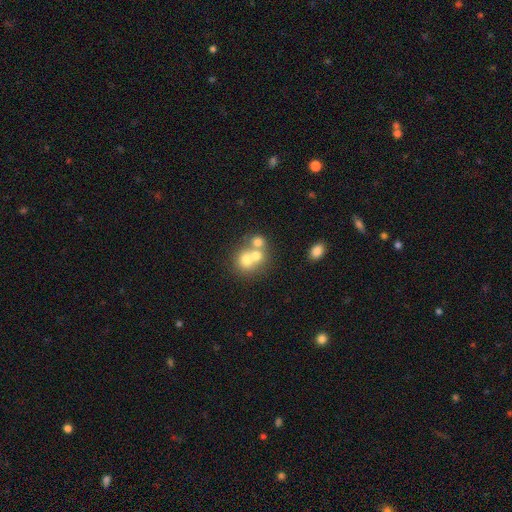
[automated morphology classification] Smooth or featured? smooth (65%)
How rounded? round (77%)
Merging? merger (60%)